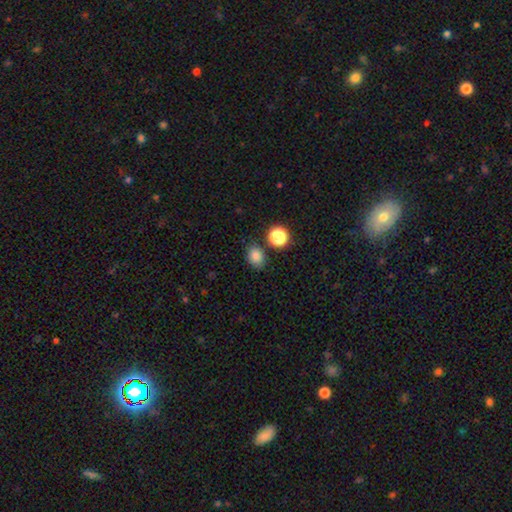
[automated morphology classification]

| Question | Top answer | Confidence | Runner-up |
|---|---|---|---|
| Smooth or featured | smooth | 82% | star or artifact (13%) |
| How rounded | in between | 57% | round (42%) |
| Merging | none | 79% | minor disturbance (12%) |